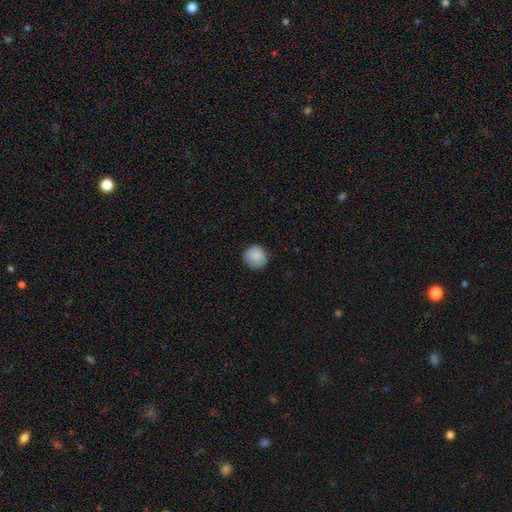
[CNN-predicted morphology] A smooth galaxy with no disk features (87%) that is round (93%). Merging: none (84%).